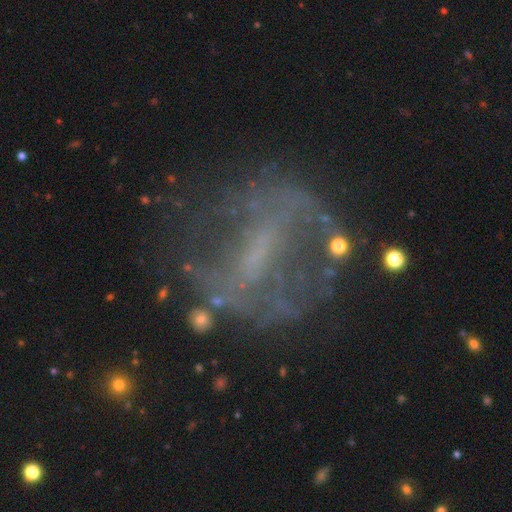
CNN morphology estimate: Smooth or featured? Predicted: featured or disk (p=0.73). Edge-on disk? Predicted: no (p=0.96). Bar? Predicted: weak (p=0.41). Spiral arms? Predicted: yes (p=0.60). Bulge size? Predicted: none (p=0.47). Merging? Predicted: none (p=0.57).